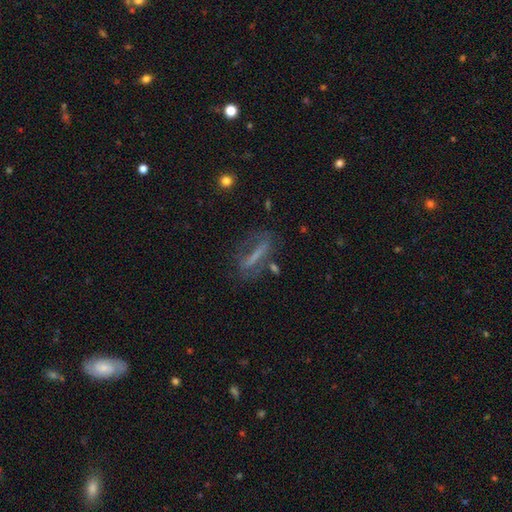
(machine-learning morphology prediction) Smooth or featured? featured or disk (49%)
Merging? none (61%)